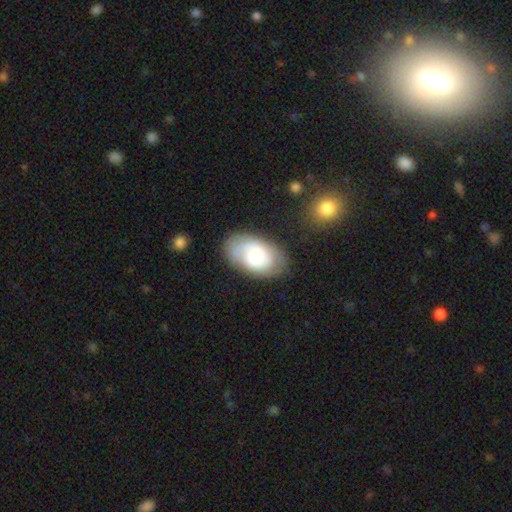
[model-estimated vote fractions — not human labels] Q: Smooth or featured?
A: featured or disk (49%); runner-up: smooth (45%)
Q: Merging?
A: none (74%); runner-up: minor disturbance (17%)